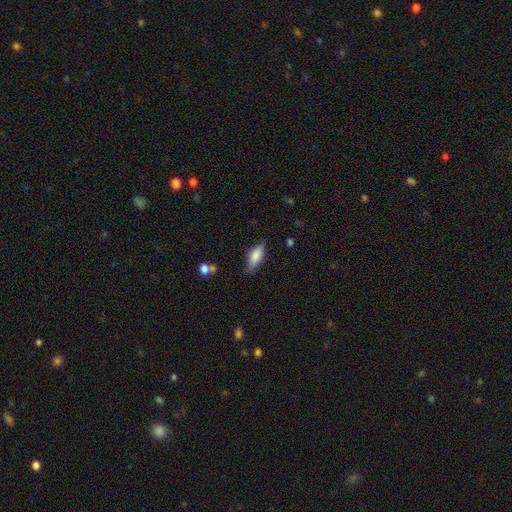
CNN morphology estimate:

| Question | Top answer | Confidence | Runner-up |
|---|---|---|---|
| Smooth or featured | smooth | 81% | featured or disk (12%) |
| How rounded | in between | 74% | cigar-shaped (24%) |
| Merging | none | 76% | minor disturbance (19%) |